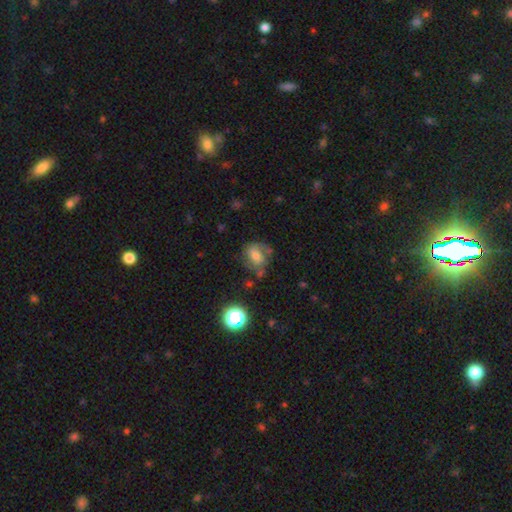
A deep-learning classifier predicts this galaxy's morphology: This is marginally a featured or disk galaxy (44%, tied with smooth). Merging: possibly none (52%).